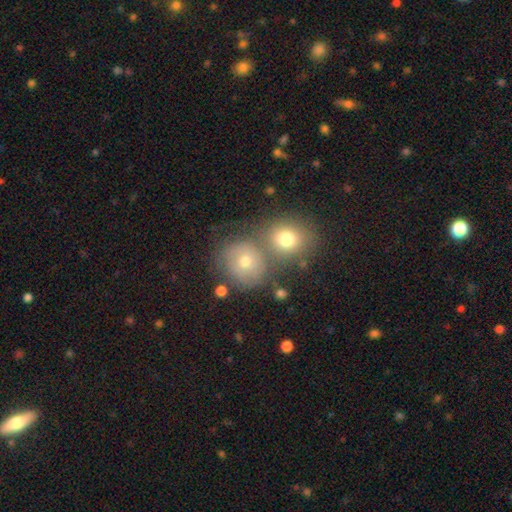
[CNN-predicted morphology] Smooth or featured? smooth (56%)
How rounded? round (79%)
Merging? none (47%)